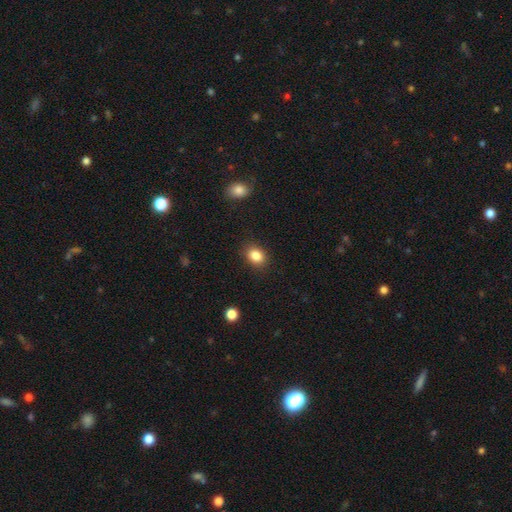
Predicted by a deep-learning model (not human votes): smooth_or_featured: smooth (p=0.85) [alt: star or artifact p=0.09]
how_rounded: in between (p=0.60) [alt: round p=0.39]
merging: none (p=0.87) [alt: minor disturbance p=0.09]